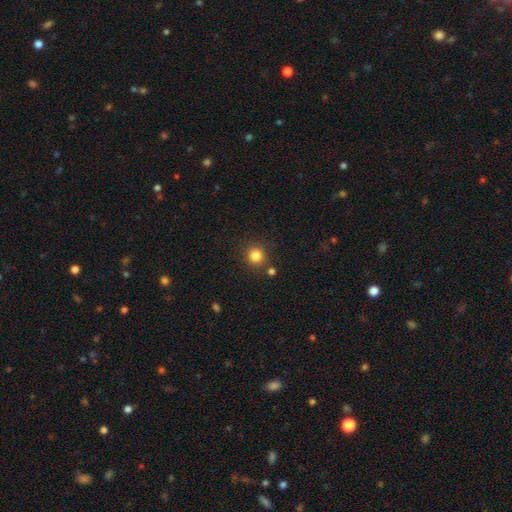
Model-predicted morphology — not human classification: Smooth or featured? smooth (83%)
How rounded? round (92%)
Merging? none (83%)